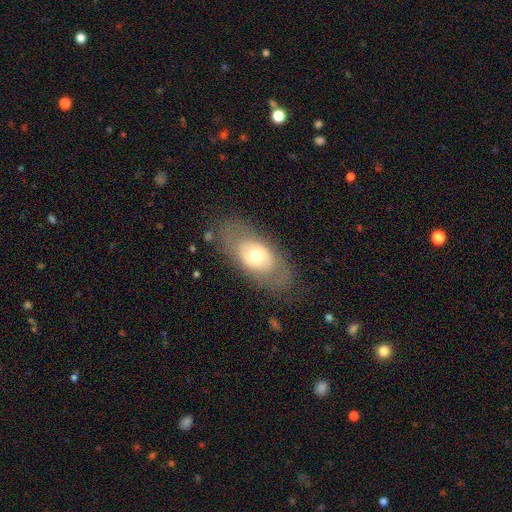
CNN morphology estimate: smooth_or_featured: smooth (p=0.47) [alt: featured or disk p=0.45]
merging: none (p=0.74) [alt: minor disturbance p=0.15]